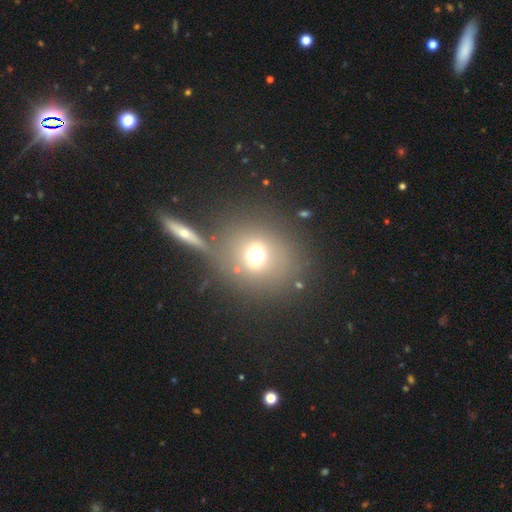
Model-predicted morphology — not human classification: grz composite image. It shows a smooth galaxy with no disk features (65%) that is round (79%). Merging: none (64%).